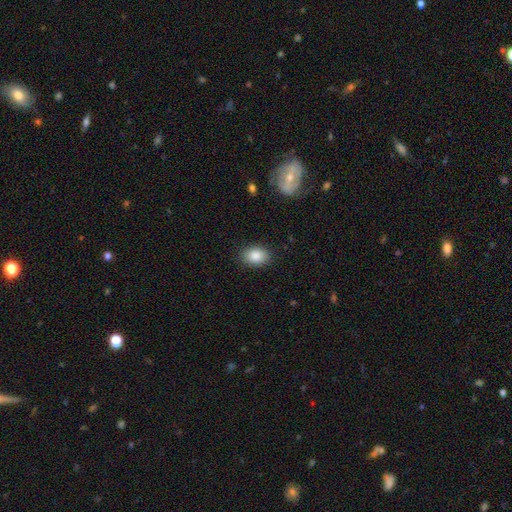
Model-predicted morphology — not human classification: Smooth or featured? smooth (87%)
How rounded? in between (76%)
Merging? none (87%)